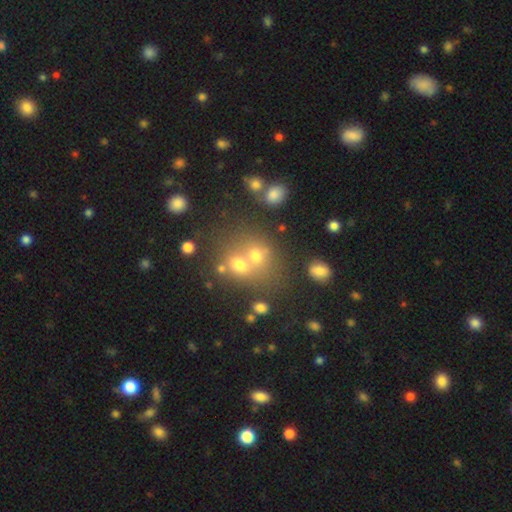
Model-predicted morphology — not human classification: Q: Smooth or featured?
A: smooth (65%); runner-up: star or artifact (20%)
Q: How rounded?
A: round (67%); runner-up: in between (32%)
Q: Merging?
A: merger (47%); runner-up: none (39%)